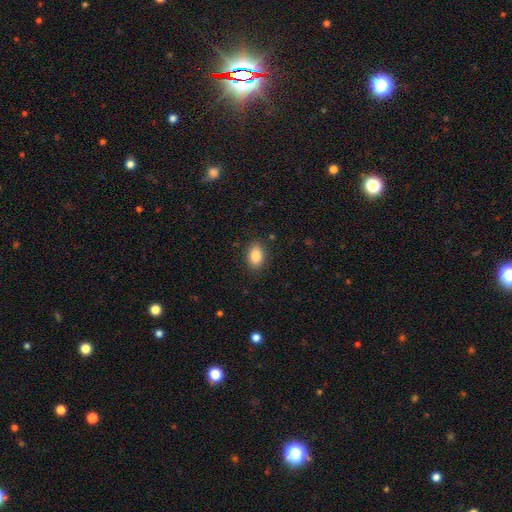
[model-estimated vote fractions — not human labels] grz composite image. It shows a smooth galaxy with no disk features (87%) that is in between round and cigar-shaped (87%). Merging: none (86%).